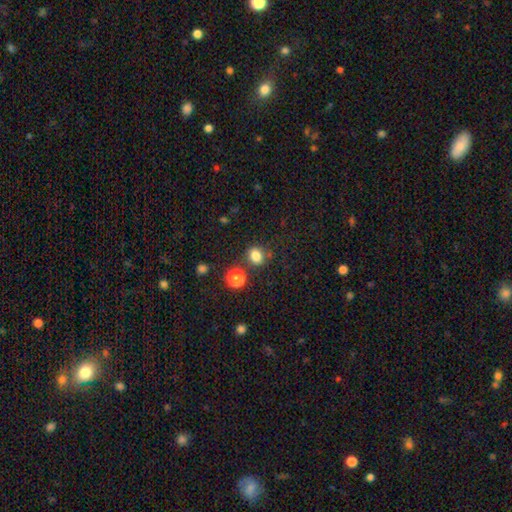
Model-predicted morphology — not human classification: Smooth or featured?
  - smooth: 81% *
  - star or artifact: 13%
  - featured or disk: 5%
How rounded?
  - round: 70% *
  - in between: 29%
  - cigar-shaped: 1%
Merging?
  - none: 76% *
  - minor disturbance: 11%
  - merger: 9%
  - major disturbance: 4%